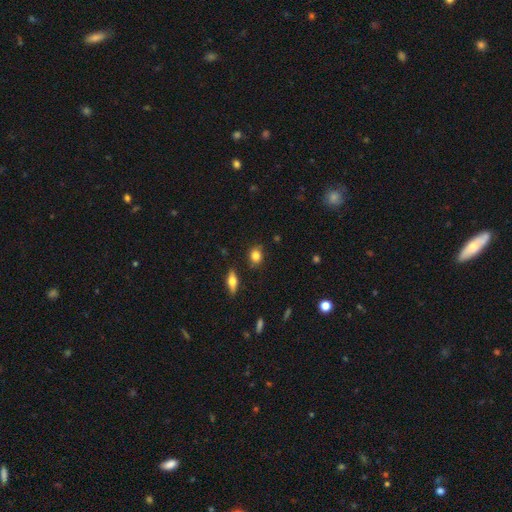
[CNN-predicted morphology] Smooth or featured? Predicted: smooth (p=0.81). How rounded? Predicted: round (p=0.60). Merging? Predicted: none (p=0.85).